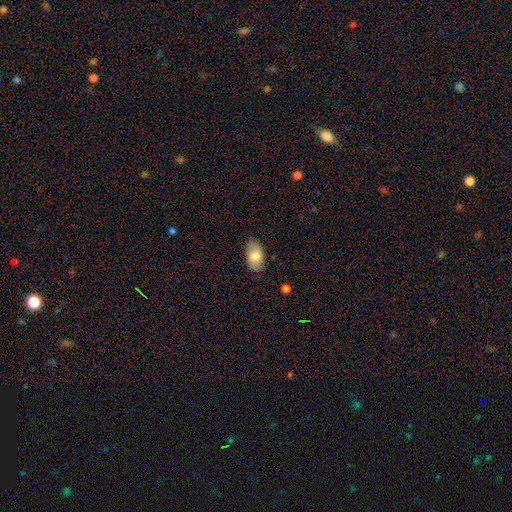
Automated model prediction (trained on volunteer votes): Smooth or featured? Predicted: smooth (p=0.77). How rounded? Predicted: in between (p=0.94). Merging? Predicted: none (p=0.82).